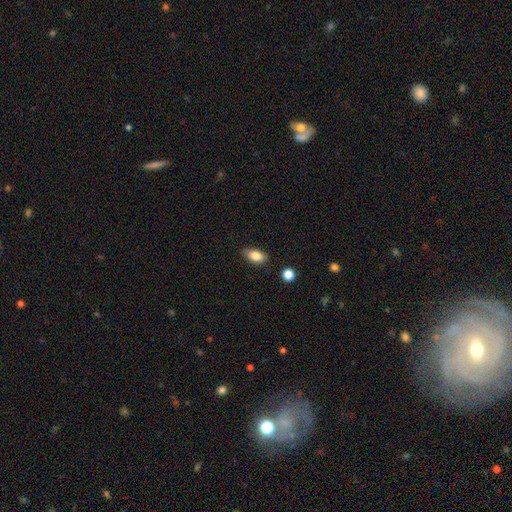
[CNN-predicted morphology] Smooth or featured?
  - smooth: 82% *
  - featured or disk: 10%
  - star or artifact: 8%
How rounded?
  - in between: 89% *
  - round: 6%
  - cigar-shaped: 6%
Merging?
  - none: 83% *
  - minor disturbance: 12%
  - major disturbance: 2%
  - merger: 2%